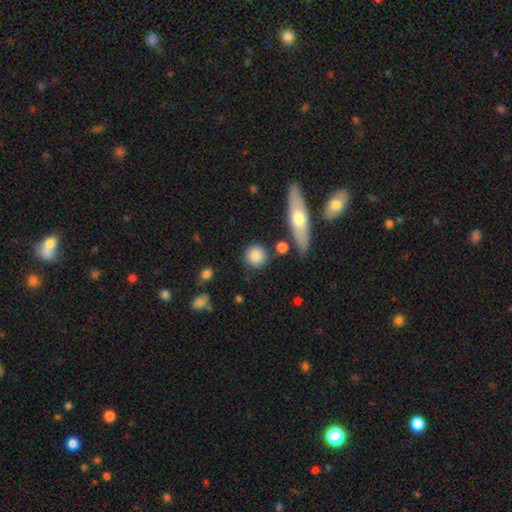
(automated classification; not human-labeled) The model was most divided on "merging": none: 81%, minor disturbance: 10%, merger: 6%, major disturbance: 3%. More confident: how rounded — round (89%); smooth or featured — smooth (84%).